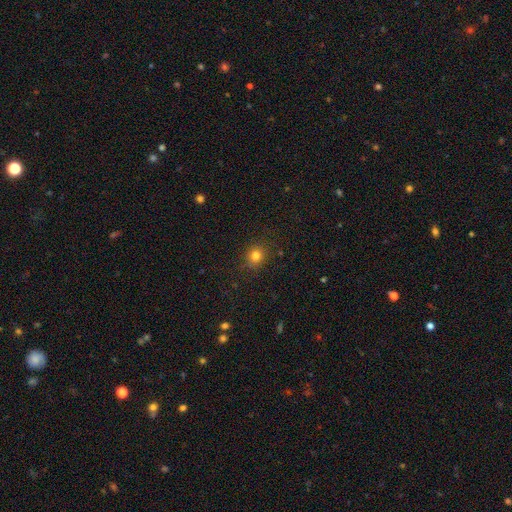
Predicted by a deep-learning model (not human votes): This is clearly a smooth galaxy (81%). How rounded: clearly round (82%). Merging: clearly none (87%).